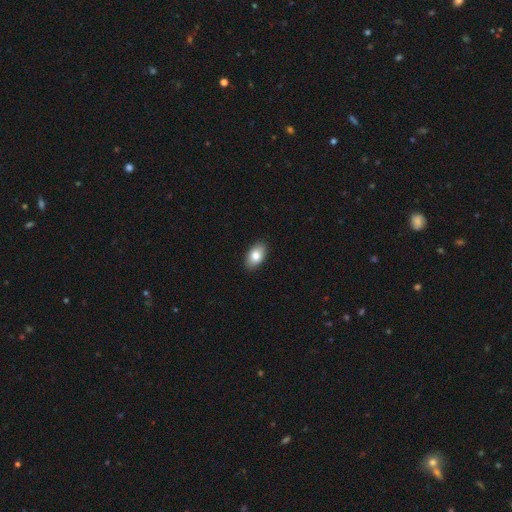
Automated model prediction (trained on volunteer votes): Smooth or featured? Predicted: smooth (p=0.83). How rounded? Predicted: in between (p=0.93). Merging? Predicted: none (p=0.90).